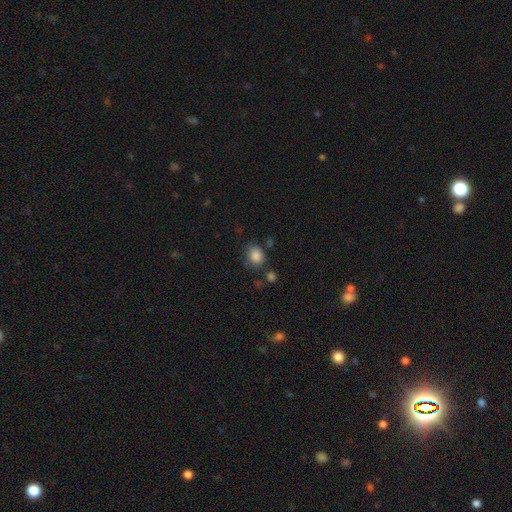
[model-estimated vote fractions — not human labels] A smooth galaxy with no disk features (85%) that is in between round and cigar-shaped (51%).

Vote fractions:
- Smooth or featured? smooth: 85% / star or artifact: 10% / featured or disk: 5%
- How rounded? in between: 51% / round: 48% / cigar-shaped: 1%
- Merging? none: 69% / minor disturbance: 18% / merger: 7% / major disturbance: 6%